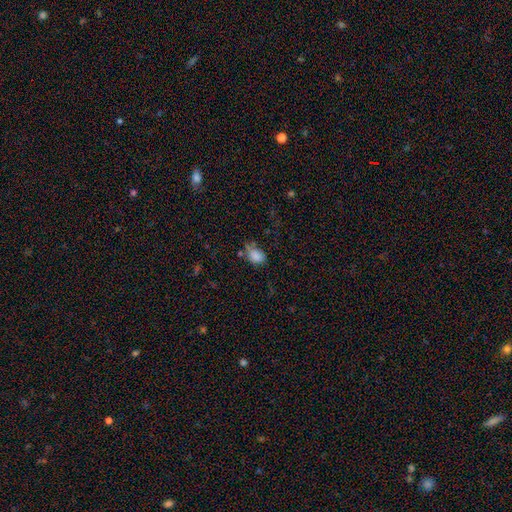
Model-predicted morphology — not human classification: smooth-or-featured: smooth: 83% | star or artifact: 10% | featured or disk: 7%
  how-rounded: in between: 76% | round: 22% | cigar-shaped: 1%
  merging: none: 49% | minor disturbance: 31% | major disturbance: 11% | merger: 9%